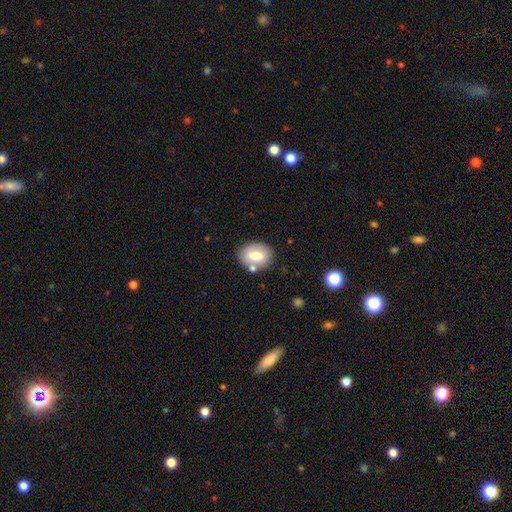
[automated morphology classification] Smooth or featured? smooth (64%)
How rounded? in between (64%)
Merging? none (70%)